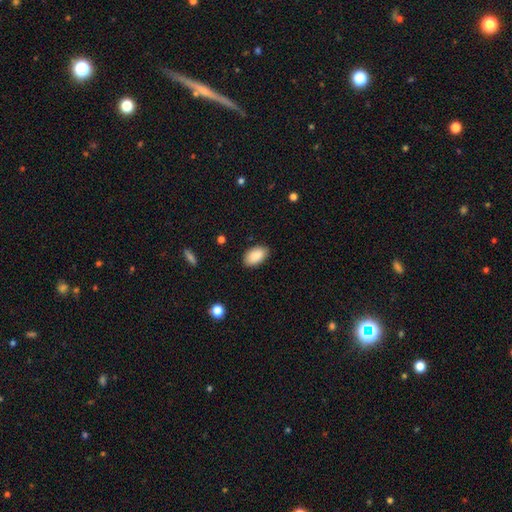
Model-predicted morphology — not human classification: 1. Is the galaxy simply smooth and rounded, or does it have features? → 89% smooth, 7% star or artifact, 5% featured or disk.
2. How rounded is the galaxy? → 94% in between, 5% round, 1% cigar-shaped.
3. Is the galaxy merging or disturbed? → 85% none, 11% minor disturbance, 2% major disturbance, 1% merger.